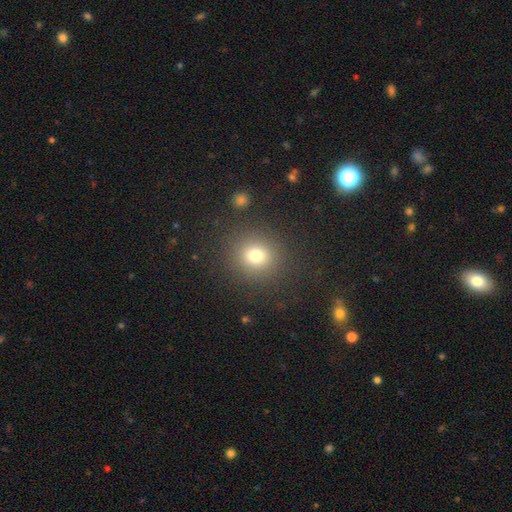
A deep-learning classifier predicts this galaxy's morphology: Smooth or featured?
  - smooth: 76% *
  - star or artifact: 15%
  - featured or disk: 9%
How rounded?
  - round: 84% *
  - in between: 15%
  - cigar-shaped: 1%
Merging?
  - none: 86% *
  - minor disturbance: 7%
  - major disturbance: 4%
  - merger: 2%